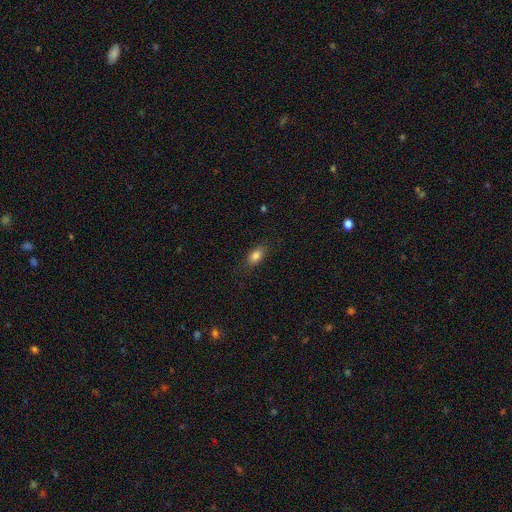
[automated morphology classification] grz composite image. It shows a smooth galaxy with no disk features (84%) that is in between round and cigar-shaped (85%). Merging: none (82%).